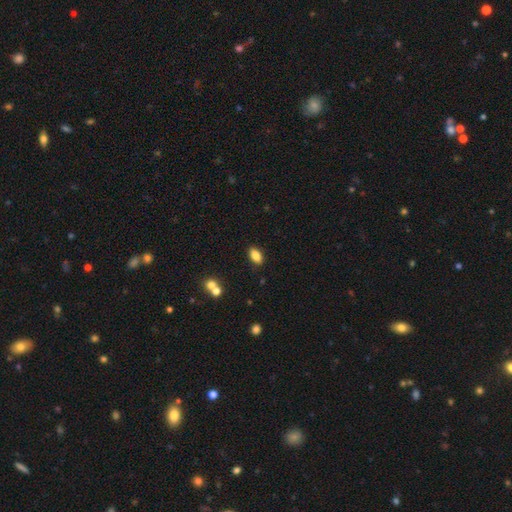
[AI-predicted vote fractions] This appears to be a smooth galaxy with no disk features (84%) that is in between round and cigar-shaped (89%). Merging: none (87%).